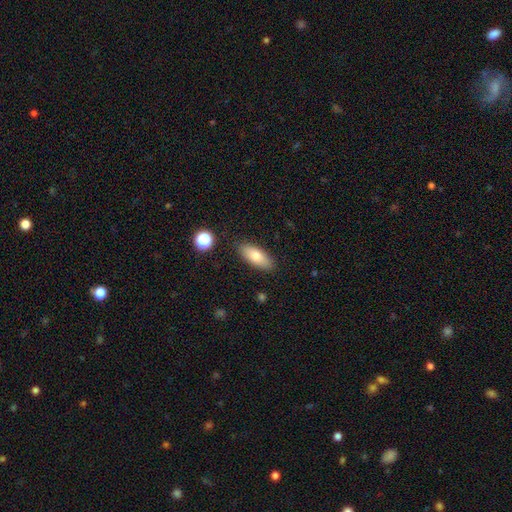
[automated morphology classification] This is likely a smooth galaxy (75%). How rounded: likely in between (77%). Merging: clearly none (87%).